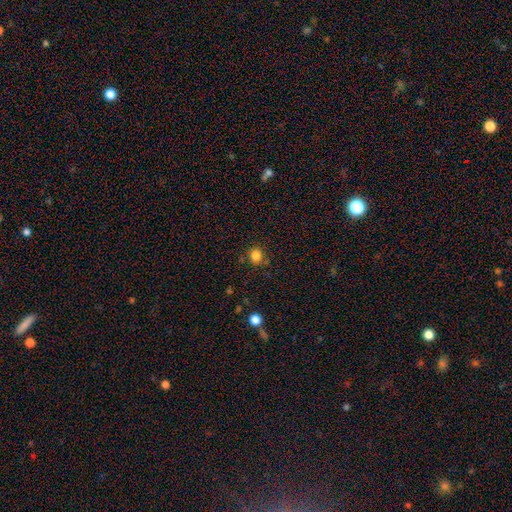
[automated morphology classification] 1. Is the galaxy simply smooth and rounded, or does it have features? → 83% smooth, 12% star or artifact, 5% featured or disk.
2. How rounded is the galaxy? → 87% round, 12% in between, 1% cigar-shaped.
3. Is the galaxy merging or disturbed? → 83% none, 11% minor disturbance, 3% merger, 3% major disturbance.